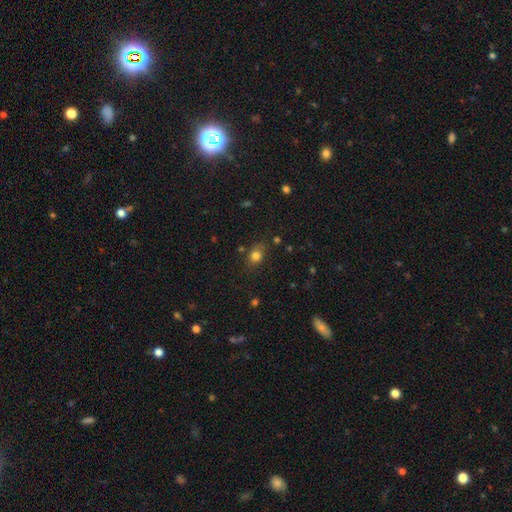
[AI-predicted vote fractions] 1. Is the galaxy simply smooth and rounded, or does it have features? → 79% smooth, 14% star or artifact, 7% featured or disk.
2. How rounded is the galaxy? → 54% round, 45% in between, 1% cigar-shaped.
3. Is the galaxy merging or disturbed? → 74% none, 17% minor disturbance, 5% major disturbance, 3% merger.